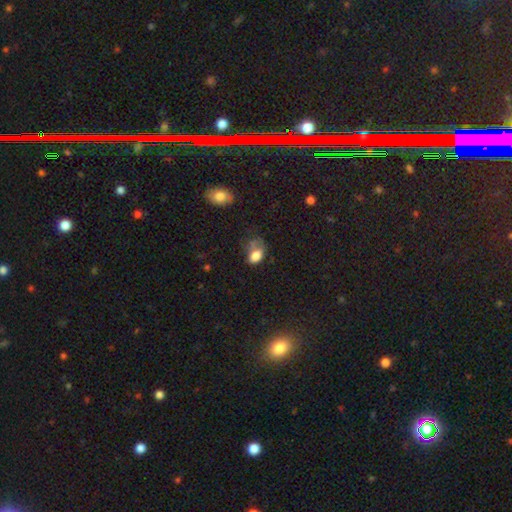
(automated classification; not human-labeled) Overall: smooth (74%). How rounded: in between (83%). Merging: major disturbance (33%; minor disturbance 30%).